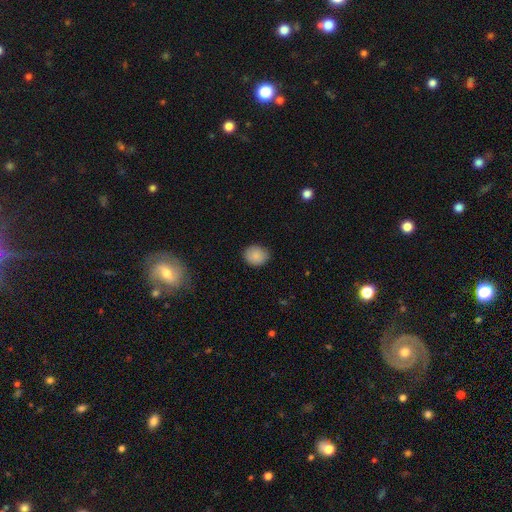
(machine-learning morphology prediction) Overall: smooth (86%). How rounded: round (67%; in between 32%). Merging: none (83%).